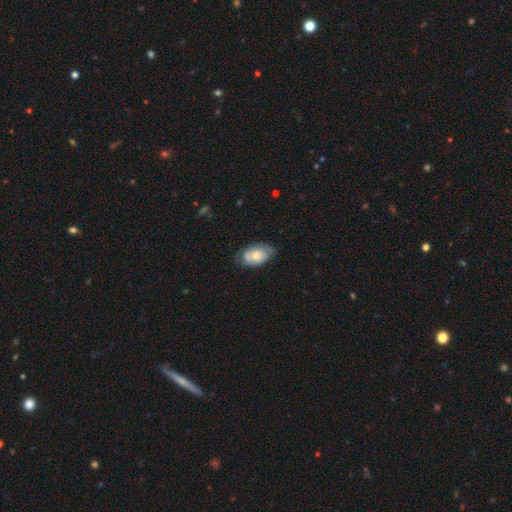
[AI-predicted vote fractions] Smooth or featured? smooth (65%)
How rounded? in between (92%)
Merging? none (59%)